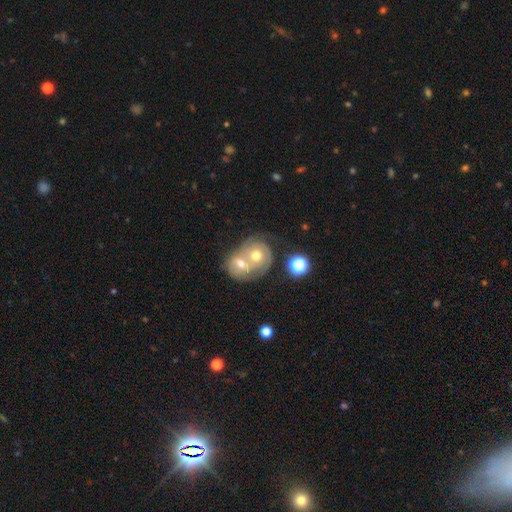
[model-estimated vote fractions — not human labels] Smooth or featured?
  - featured or disk: 62% *
  - smooth: 30%
  - star or artifact: 9%
Edge-on disk?
  - no: 97% *
  - yes: 3%
Bar?
  - no: 79% *
  - weak: 17%
  - strong: 4%
Spiral arms?
  - yes: 67% *
  - no: 33%
Bulge size?
  - moderate: 67% *
  - small: 25%
  - large: 5%
  - none: 2%
  - dominant: 1%
Merging?
  - merger: 71% *
  - none: 20%
  - minor disturbance: 6%
  - major disturbance: 4%